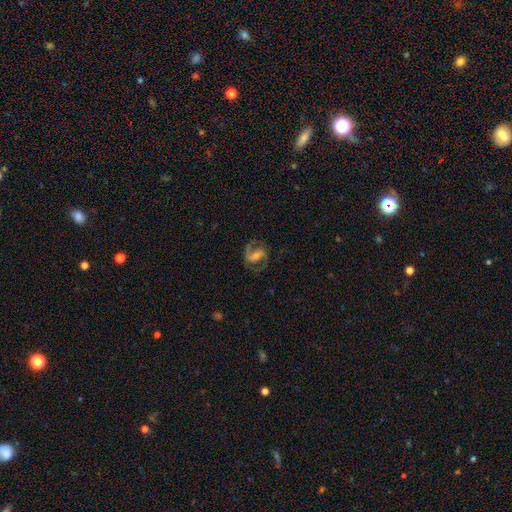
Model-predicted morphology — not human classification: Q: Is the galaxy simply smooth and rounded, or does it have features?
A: featured or disk — 82%.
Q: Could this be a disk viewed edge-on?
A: no — 97%.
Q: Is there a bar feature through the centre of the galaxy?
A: weak — 41%, tied with strong.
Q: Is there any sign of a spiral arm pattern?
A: yes — 95%.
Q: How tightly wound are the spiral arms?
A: medium — 58%.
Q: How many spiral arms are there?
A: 2 — 91%.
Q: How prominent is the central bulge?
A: moderate — 42%.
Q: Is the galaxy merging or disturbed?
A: none — 74%.